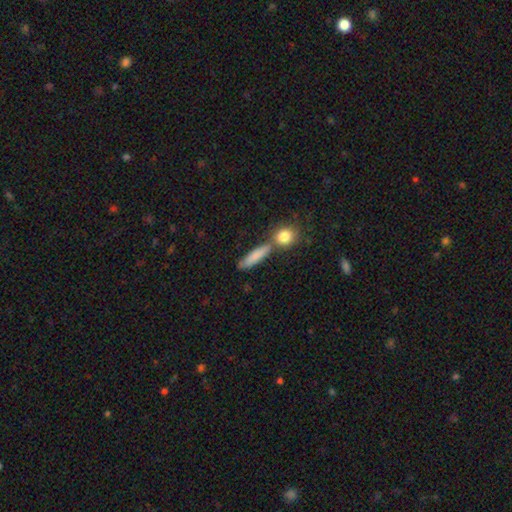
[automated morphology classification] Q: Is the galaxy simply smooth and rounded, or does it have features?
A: smooth — 80%.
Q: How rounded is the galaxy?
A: cigar-shaped — 68%.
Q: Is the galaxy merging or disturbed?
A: none — 64%.